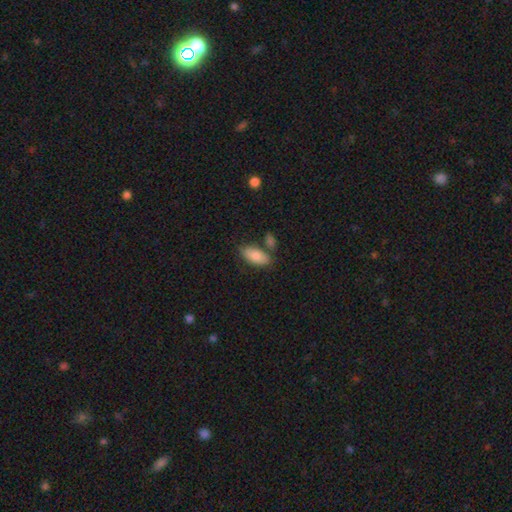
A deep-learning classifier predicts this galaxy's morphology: Smooth or featured? Predicted: smooth (p=0.82). How rounded? Predicted: in between (p=0.89). Merging? Predicted: none (p=0.68).